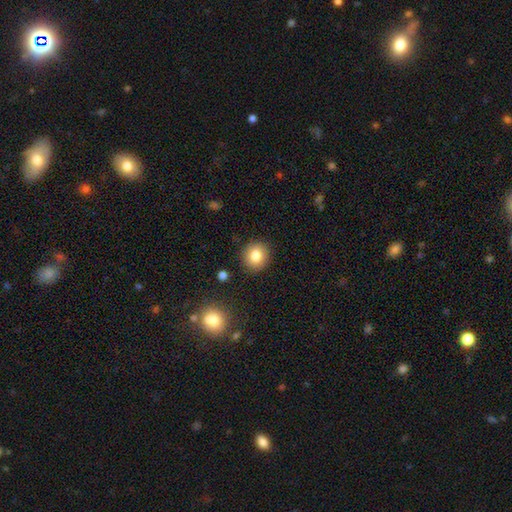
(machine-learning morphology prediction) Q: Smooth or featured?
A: smooth (83%); runner-up: star or artifact (10%)
Q: How rounded?
A: round (83%); runner-up: in between (16%)
Q: Merging?
A: none (89%); runner-up: minor disturbance (7%)